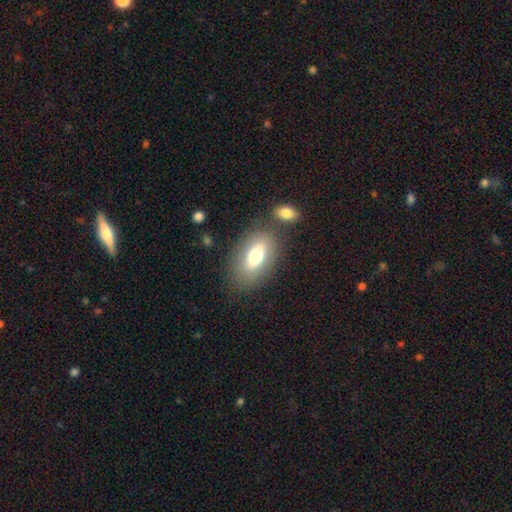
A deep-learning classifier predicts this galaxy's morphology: A smooth galaxy with no disk features (70%) that is in between round and cigar-shaped (88%). Merging: none (72%).